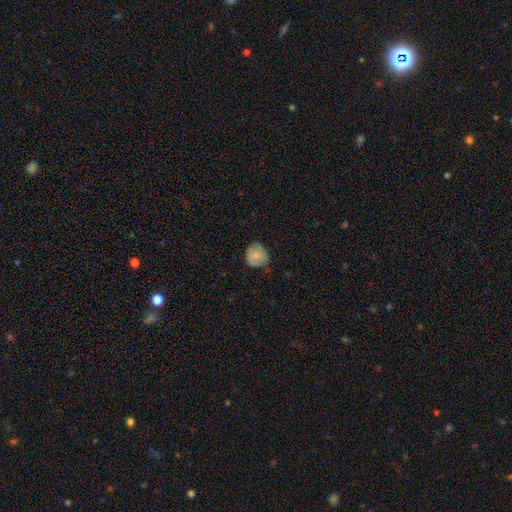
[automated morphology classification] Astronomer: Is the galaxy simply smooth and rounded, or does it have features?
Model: smooth — 76%.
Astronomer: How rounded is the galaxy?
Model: round — 87%.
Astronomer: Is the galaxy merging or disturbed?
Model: none — 70%.